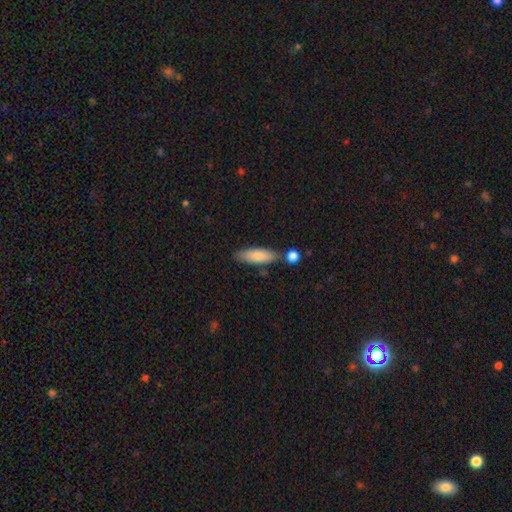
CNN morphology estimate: This is clearly a smooth galaxy (81%). How rounded: possibly in between (50%). Merging: likely none (75%).